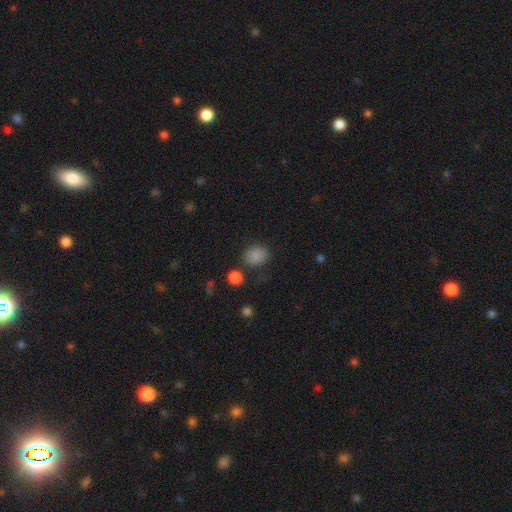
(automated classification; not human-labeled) This appears to be a smooth galaxy with no disk features (85%) that is round (60%). Merging: none (77%).